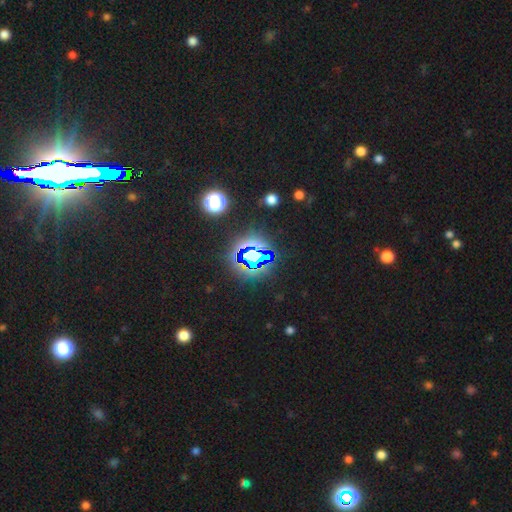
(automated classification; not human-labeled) This is likely a star or artifact rather than a galaxy (79%).